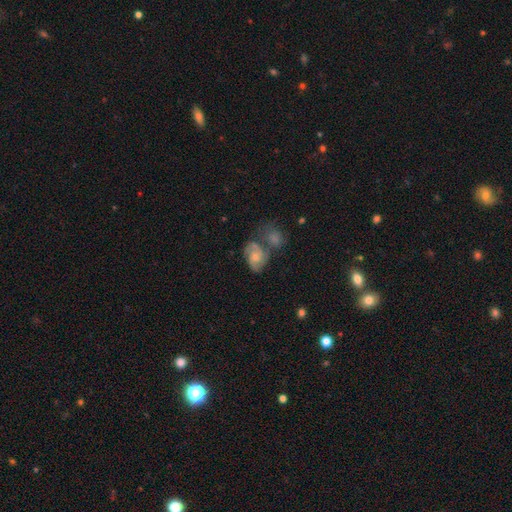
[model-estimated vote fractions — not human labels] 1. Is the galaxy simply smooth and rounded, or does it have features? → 63% featured or disk, 29% smooth, 8% star or artifact.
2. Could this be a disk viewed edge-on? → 97% no, 3% yes.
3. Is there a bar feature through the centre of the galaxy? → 70% no, 26% weak, 4% strong.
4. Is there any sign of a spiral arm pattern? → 89% yes, 11% no.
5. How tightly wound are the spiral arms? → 49% medium, 33% tight, 17% loose.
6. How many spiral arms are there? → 62% 2, 16% can't tell, 14% 3, 4% 1, 3% 4, 2% more than 4.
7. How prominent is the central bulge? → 41% moderate, 36% small, 13% none, 8% large, 2% dominant.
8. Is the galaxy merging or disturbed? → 37% none, 33% merger, 18% minor disturbance, 12% major disturbance.